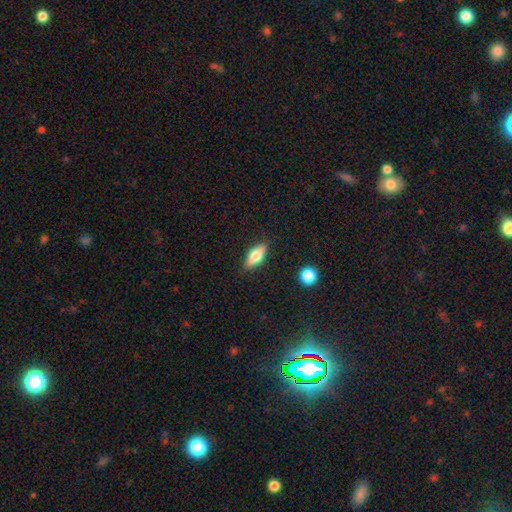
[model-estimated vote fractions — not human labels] Overall: smooth (65%; featured or disk 28%). How rounded: in between (66%; cigar-shaped 31%). Merging: none (86%).